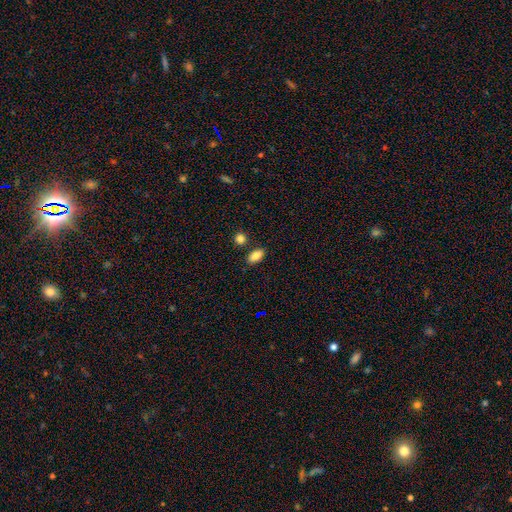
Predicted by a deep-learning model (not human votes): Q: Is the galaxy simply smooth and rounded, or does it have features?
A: smooth — 87%.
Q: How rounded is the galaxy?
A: in between — 90%.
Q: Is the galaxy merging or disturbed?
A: none — 81%.